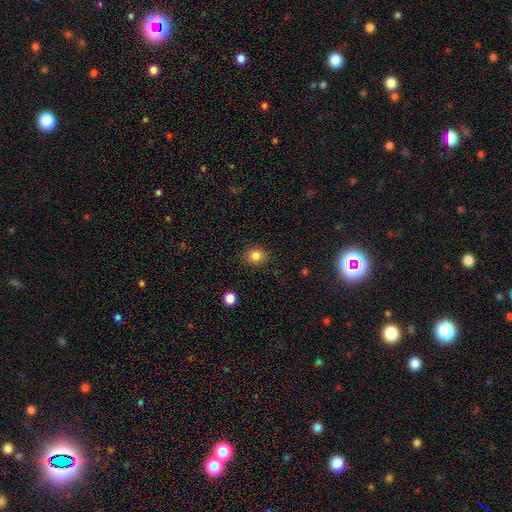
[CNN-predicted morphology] type=smooth (84%); roundness=round (80%); merging=none (89%).